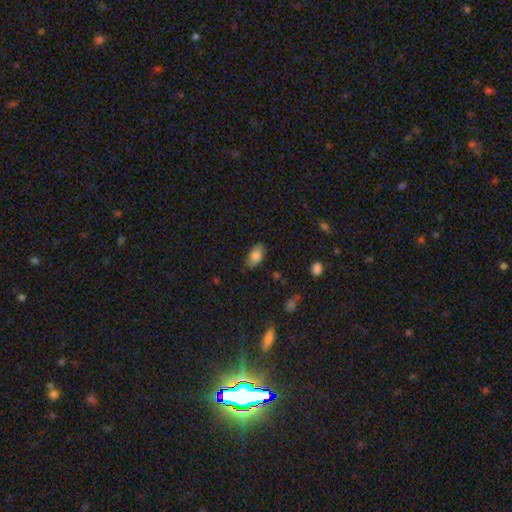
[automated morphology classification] This appears to be a smooth galaxy with no disk features (80%) that is in between round and cigar-shaped (91%). Merging: none (79%).